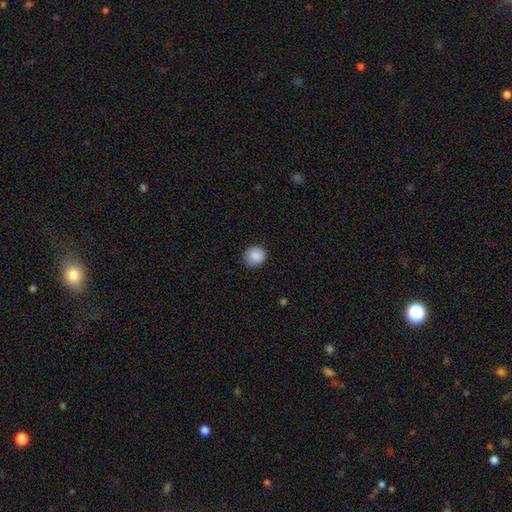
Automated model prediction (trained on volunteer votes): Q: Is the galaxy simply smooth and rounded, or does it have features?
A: smooth — 89%.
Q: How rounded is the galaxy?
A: round — 86%.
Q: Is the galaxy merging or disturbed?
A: none — 87%.